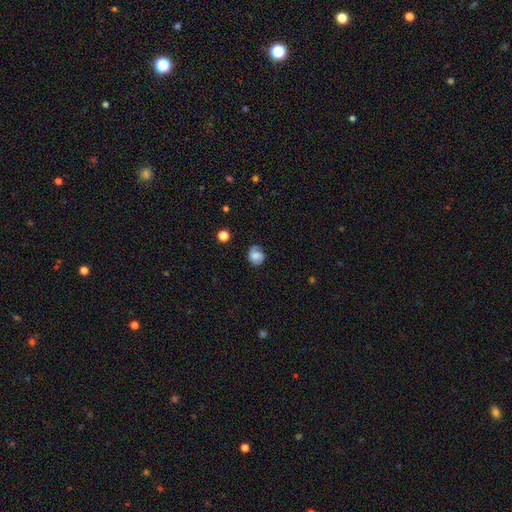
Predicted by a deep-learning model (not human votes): This is likely a smooth galaxy (61%). How rounded: likely round (74%). Merging: likely none (66%).